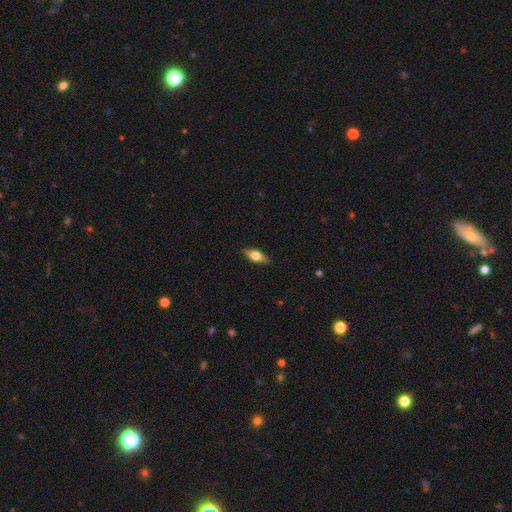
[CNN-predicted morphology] smooth-or-featured: smooth: 54% | featured or disk: 39% | star or artifact: 7%
  how-rounded: in between: 66% | cigar-shaped: 30% | round: 4%
  merging: none: 87% | minor disturbance: 10% | major disturbance: 2% | merger: 1%